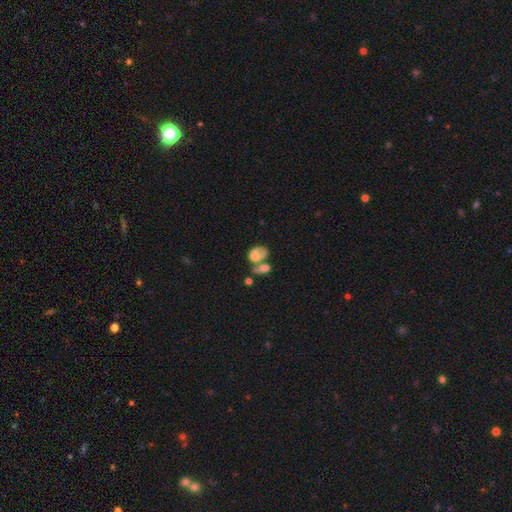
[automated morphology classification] Smooth or featured? smooth (56%)
How rounded? in between (74%)
Merging? merger (52%)